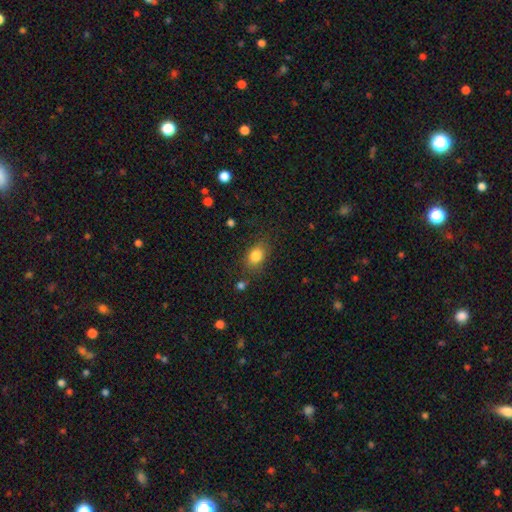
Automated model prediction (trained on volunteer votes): smooth 84%, star or artifact 9%, featured or disk 7%. Down the decision tree: how rounded — in between (71%); merging — none (75%).